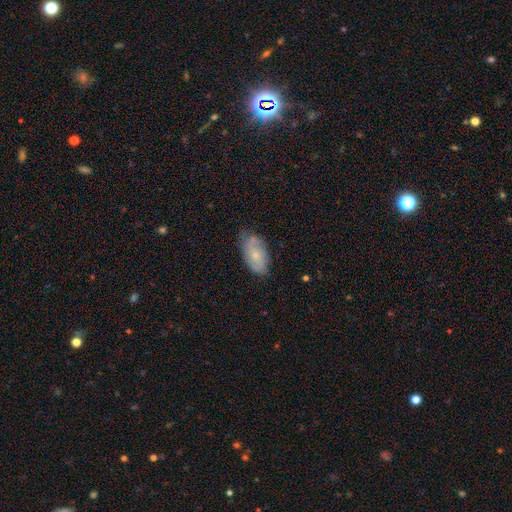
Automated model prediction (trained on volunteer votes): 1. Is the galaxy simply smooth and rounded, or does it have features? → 48% smooth, 45% featured or disk, 7% star or artifact.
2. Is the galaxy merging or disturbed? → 61% none, 29% minor disturbance, 7% major disturbance, 3% merger.